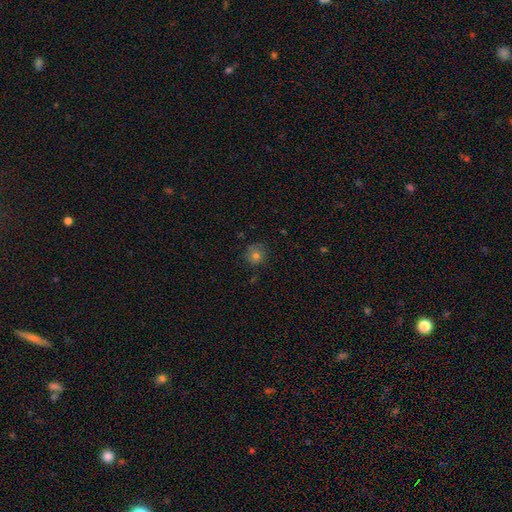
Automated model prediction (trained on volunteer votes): This is likely a smooth galaxy (73%). How rounded: clearly round (85%). Merging: likely none (72%).